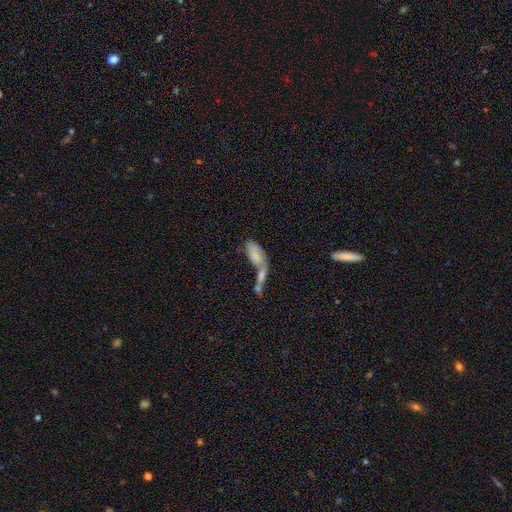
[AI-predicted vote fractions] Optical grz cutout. It shows a smooth galaxy with no disk features (70%) that is in between round and cigar-shaped (82%). Merging: merger (62%).